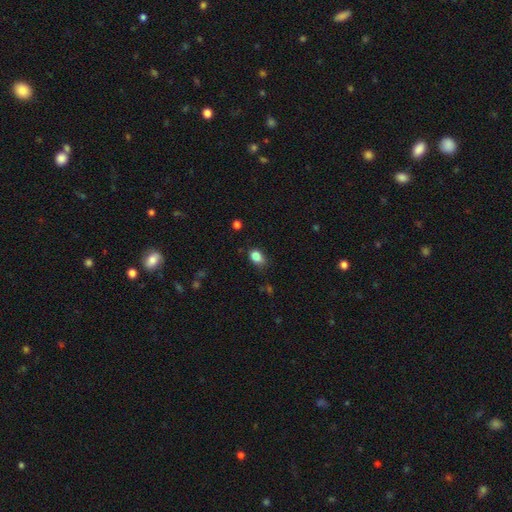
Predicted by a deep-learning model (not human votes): smooth_or_featured: smooth (p=0.84) [alt: star or artifact p=0.10]
how_rounded: in between (p=0.80) [alt: round p=0.19]
merging: none (p=0.66) [alt: minor disturbance p=0.26]